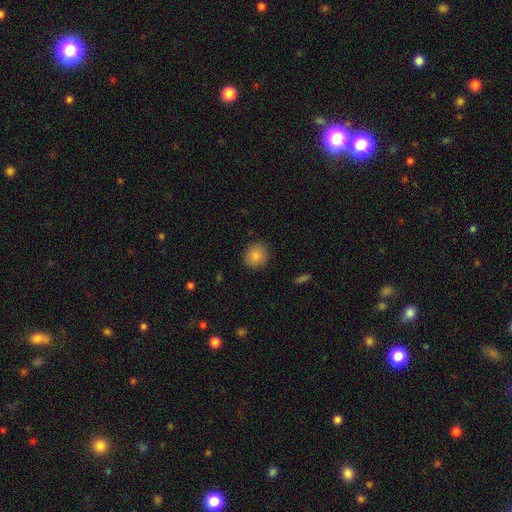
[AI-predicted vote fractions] Morphology: type=smooth (86%); roundness=round (86%); merging=none (88%).